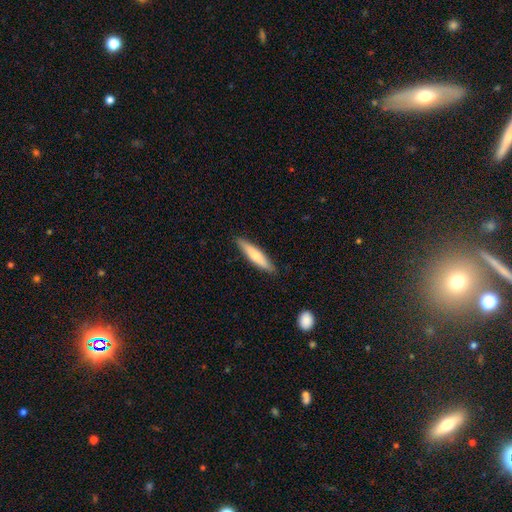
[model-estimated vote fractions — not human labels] Smooth or featured?
  - smooth: 66% *
  - featured or disk: 28%
  - star or artifact: 5%
How rounded?
  - cigar-shaped: 86% *
  - in between: 13%
  - round: 1%
Merging?
  - none: 88% *
  - minor disturbance: 9%
  - major disturbance: 2%
  - merger: 1%